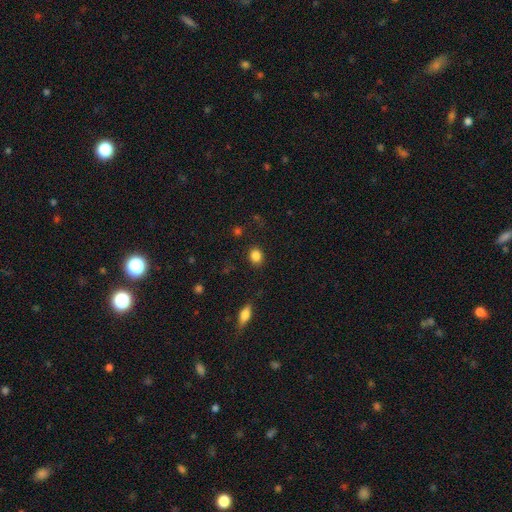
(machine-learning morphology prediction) type=smooth (86%); roundness=round (68%); merging=none (88%).